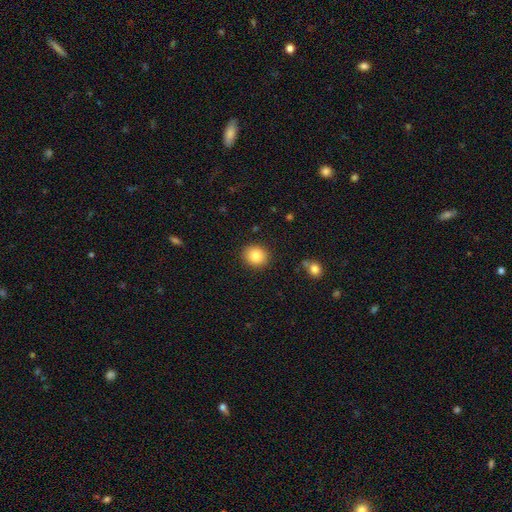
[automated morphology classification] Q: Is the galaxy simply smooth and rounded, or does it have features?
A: smooth — 84%.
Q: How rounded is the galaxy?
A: round — 78%.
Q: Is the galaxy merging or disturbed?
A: none — 89%.